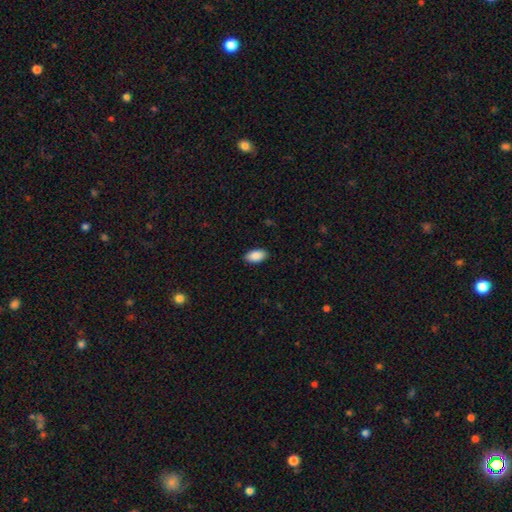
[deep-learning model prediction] Morphology: type=smooth (90%); roundness=in between (95%); merging=none (89%).